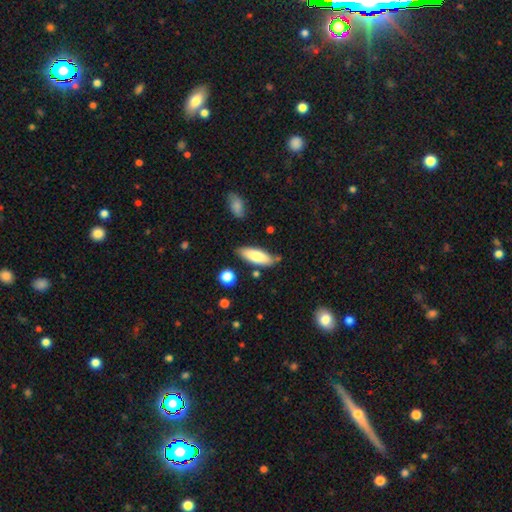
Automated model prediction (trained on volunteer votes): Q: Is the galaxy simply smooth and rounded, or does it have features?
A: smooth — 80%.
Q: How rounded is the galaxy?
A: in between — 62%.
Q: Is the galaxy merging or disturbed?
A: none — 80%.